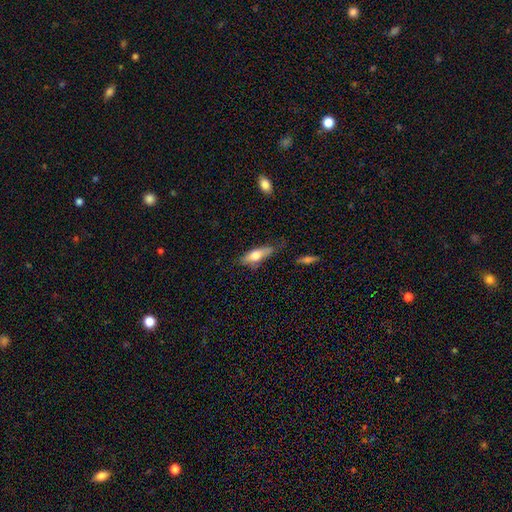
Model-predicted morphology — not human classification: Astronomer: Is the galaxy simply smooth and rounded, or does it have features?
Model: smooth — 67%.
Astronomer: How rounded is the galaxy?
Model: in between — 59% (runner-up: cigar-shaped, 39%).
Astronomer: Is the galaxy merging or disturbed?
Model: none — 56%.